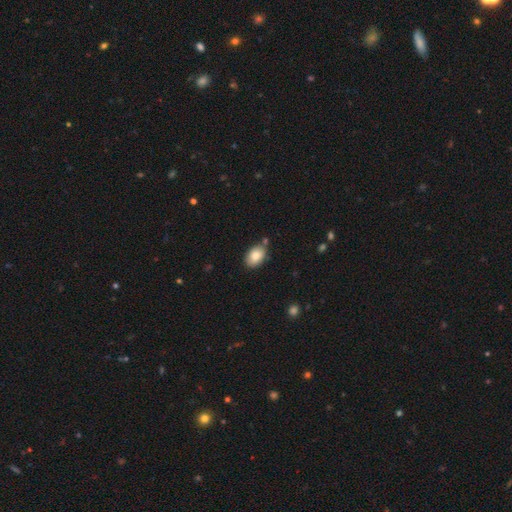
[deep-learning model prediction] Overall: smooth (84%). How rounded: in between (87%). Merging: none (76%).